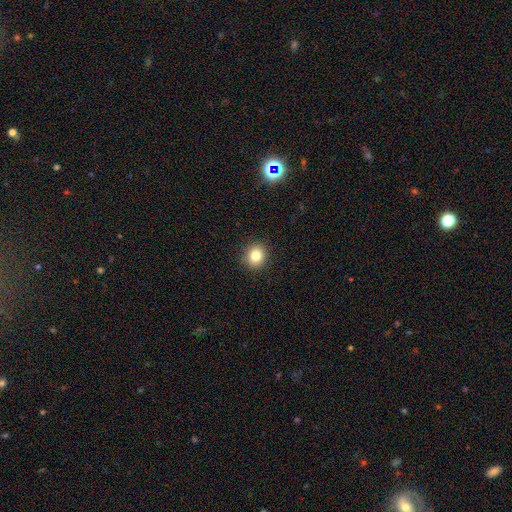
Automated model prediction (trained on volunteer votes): Smooth or featured?
  - smooth: 82% *
  - star or artifact: 11%
  - featured or disk: 7%
How rounded?
  - round: 81% *
  - in between: 18%
  - cigar-shaped: 1%
Merging?
  - none: 91% *
  - minor disturbance: 6%
  - major disturbance: 2%
  - merger: 1%